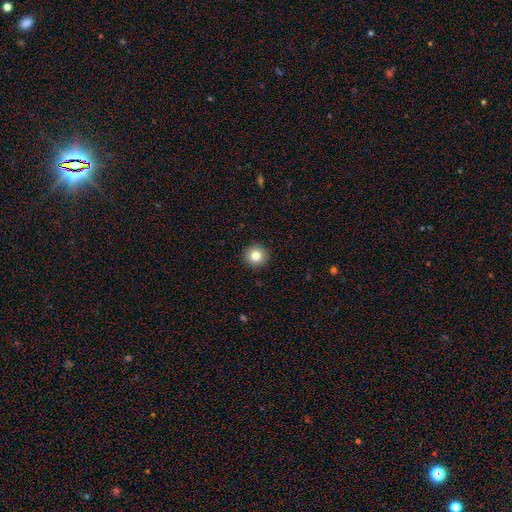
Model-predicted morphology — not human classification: type=smooth (82%); roundness=round (94%); merging=none (93%).